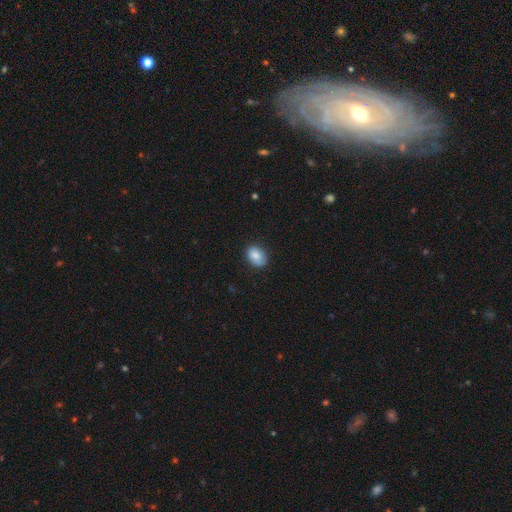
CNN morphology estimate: A smooth galaxy with no disk features (84%) that is in between round and cigar-shaped (72%).

Vote fractions:
- Smooth or featured? smooth: 84% / featured or disk: 8% / star or artifact: 8%
- How rounded? in between: 72% / round: 27% / cigar-shaped: 1%
- Merging? none: 79% / minor disturbance: 17% / major disturbance: 3% / merger: 1%